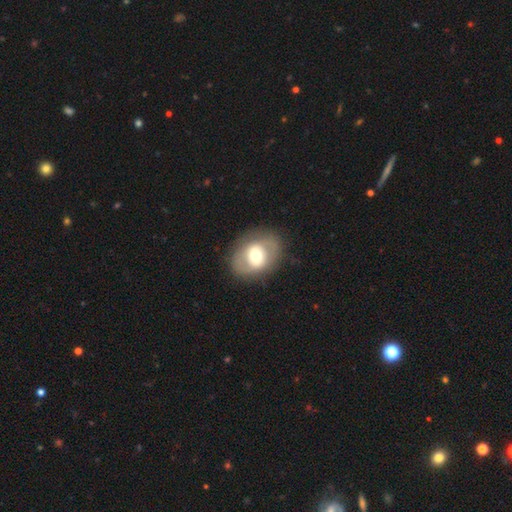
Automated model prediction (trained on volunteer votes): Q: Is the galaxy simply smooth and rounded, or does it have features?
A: smooth — 50%.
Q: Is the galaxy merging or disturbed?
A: none — 79%.